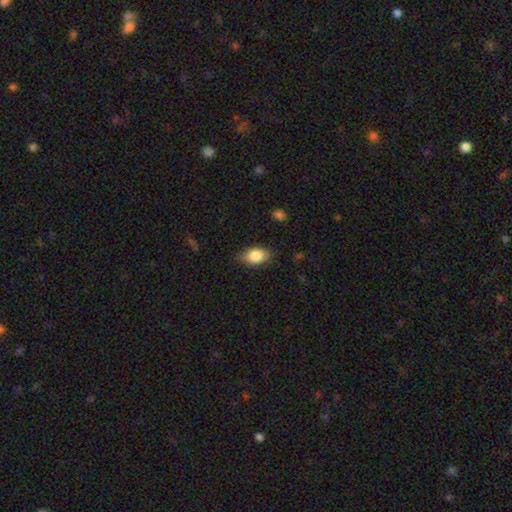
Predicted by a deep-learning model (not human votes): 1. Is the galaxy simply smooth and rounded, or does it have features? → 84% smooth, 9% featured or disk, 7% star or artifact.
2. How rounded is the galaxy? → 88% in between, 9% round, 3% cigar-shaped.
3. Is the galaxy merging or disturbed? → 79% none, 16% minor disturbance, 3% major disturbance, 1% merger.